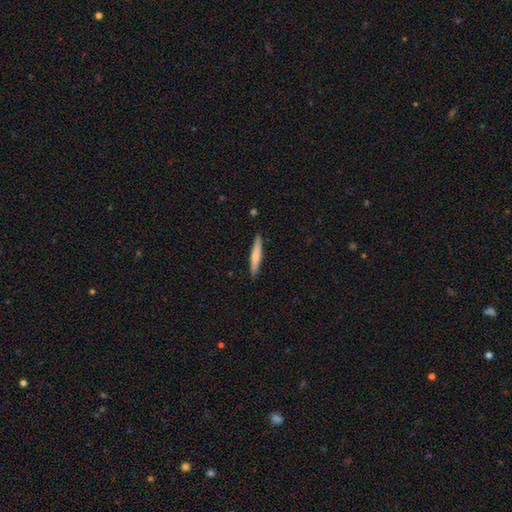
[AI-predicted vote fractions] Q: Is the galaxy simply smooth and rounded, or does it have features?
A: smooth — 63%.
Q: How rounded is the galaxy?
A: cigar-shaped — 92%.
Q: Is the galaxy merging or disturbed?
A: none — 90%.